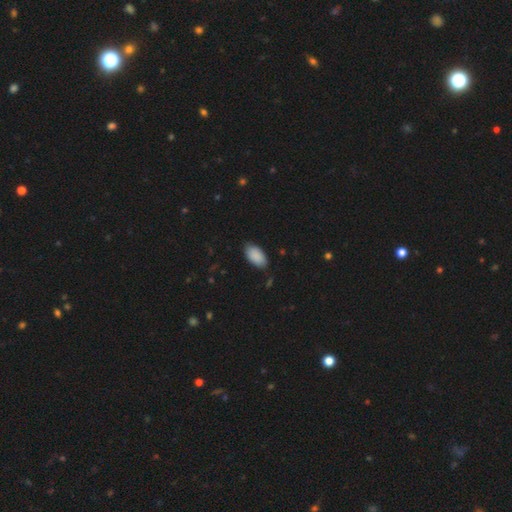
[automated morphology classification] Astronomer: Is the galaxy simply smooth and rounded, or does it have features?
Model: smooth — 90%.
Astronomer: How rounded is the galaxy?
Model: in between — 95%.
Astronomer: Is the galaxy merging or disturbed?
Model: none — 83%.